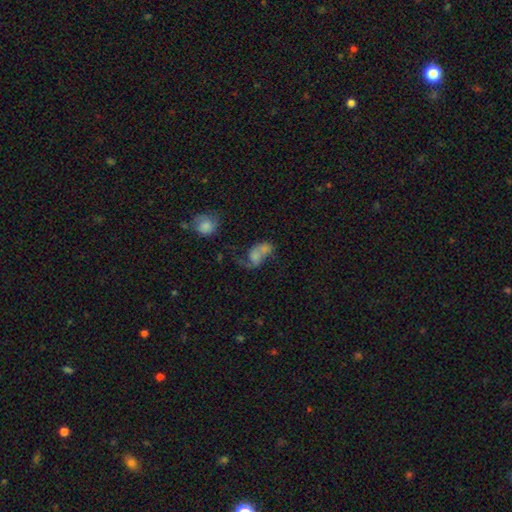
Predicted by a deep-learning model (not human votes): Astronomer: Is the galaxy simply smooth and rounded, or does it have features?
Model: featured or disk — 46% (runner-up: smooth, 40%).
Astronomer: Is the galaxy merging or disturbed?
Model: merger — 51%.